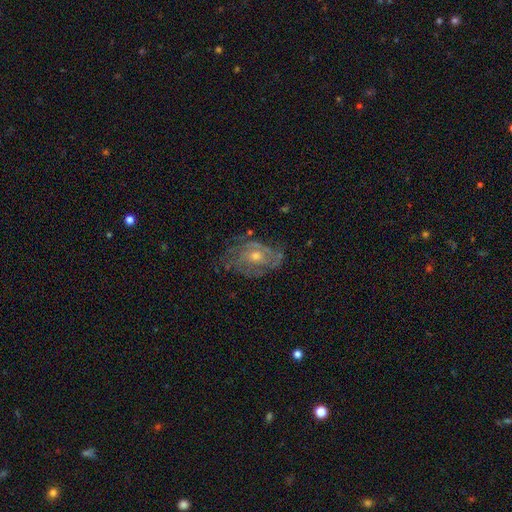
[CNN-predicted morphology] featured or disk 78%, smooth 14%, star or artifact 8%. Down the decision tree: edge-on disk — no (96%); bar — no (77%); spiral arms — yes (84%); spiral arm count — can't tell (43%); spiral winding — tight (53%); bulge size — moderate (54%); merging — none (63%).